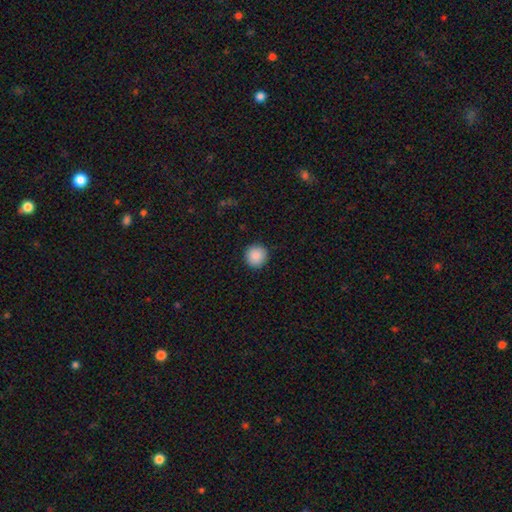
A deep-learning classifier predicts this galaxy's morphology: smooth-or-featured: smooth: 89% | star or artifact: 8% | featured or disk: 3%
  how-rounded: round: 95% | in between: 4% | cigar-shaped: 1%
  merging: none: 92% | minor disturbance: 5% | major disturbance: 2% | merger: 1%